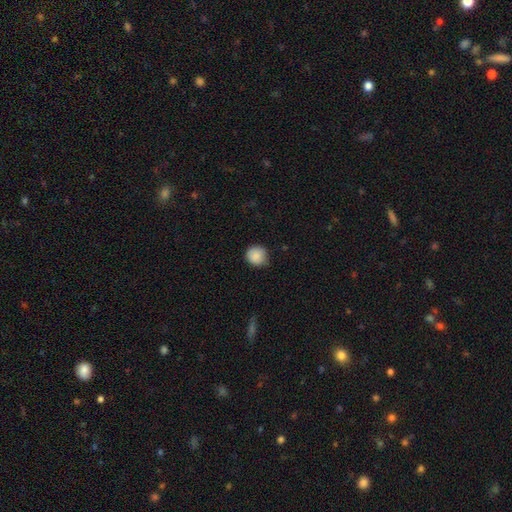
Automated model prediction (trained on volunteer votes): Overall: smooth (88%). How rounded: round (90%). Merging: none (79%).